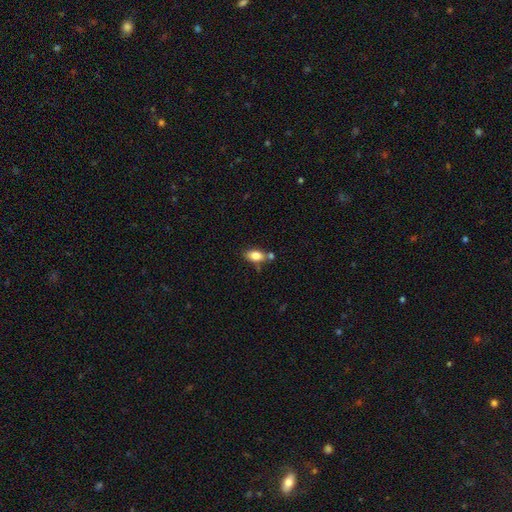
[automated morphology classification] The model was most divided on "merging": none: 62%, minor disturbance: 17%, merger: 16%, major disturbance: 4%. More confident: how rounded — in between (88%); smooth or featured — smooth (81%).